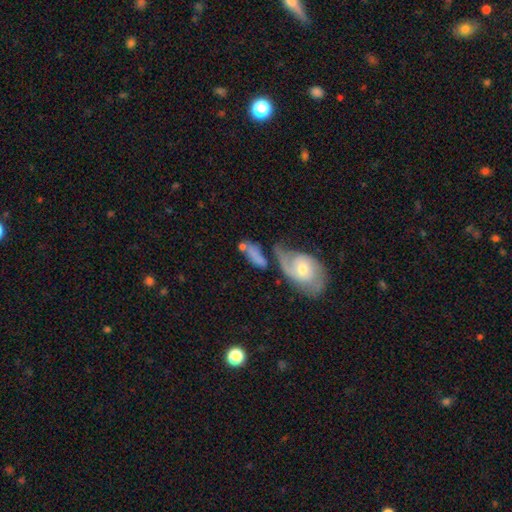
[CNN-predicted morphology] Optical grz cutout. It shows a smooth galaxy with no disk features (58%) that is in between round and cigar-shaped (79%). Merging: merger (38%).